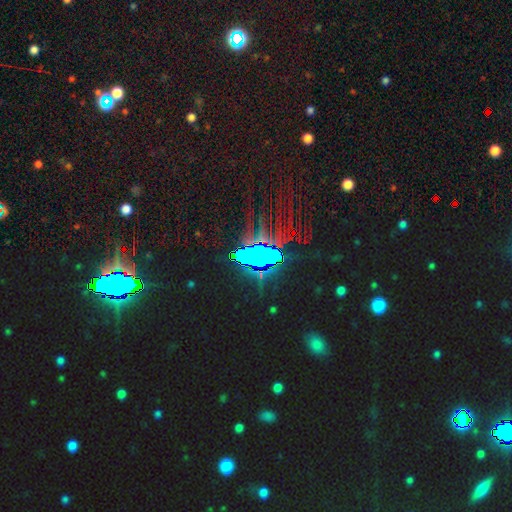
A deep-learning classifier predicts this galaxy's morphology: This is likely a star or artifact rather than a galaxy (78%).